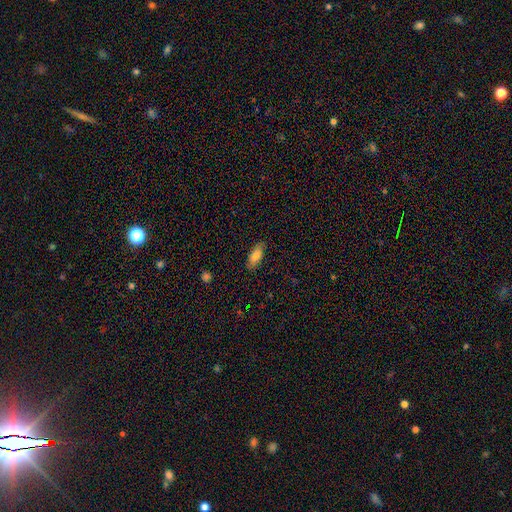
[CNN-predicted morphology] This appears to be a smooth galaxy with no disk features (80%) that is in between round and cigar-shaped (84%). Merging: none (85%).